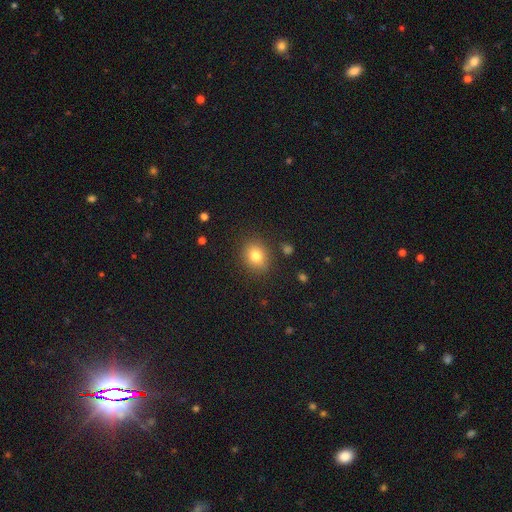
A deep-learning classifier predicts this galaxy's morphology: Smooth or featured? smooth (80%)
How rounded? round (67%)
Merging? none (85%)